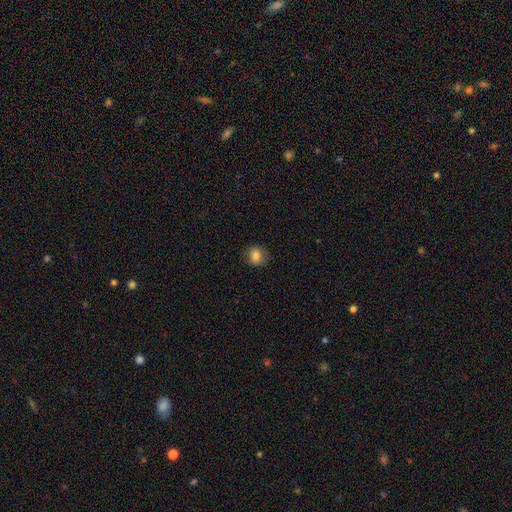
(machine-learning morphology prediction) This is clearly a smooth galaxy (80%). How rounded: likely round (62%). Merging: clearly none (83%).